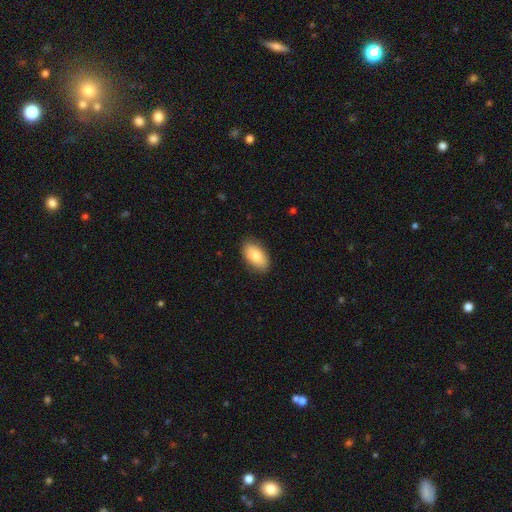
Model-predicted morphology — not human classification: smooth 80%, featured or disk 14%, star or artifact 6%. Down the decision tree: how rounded — in between (93%); merging — none (86%).